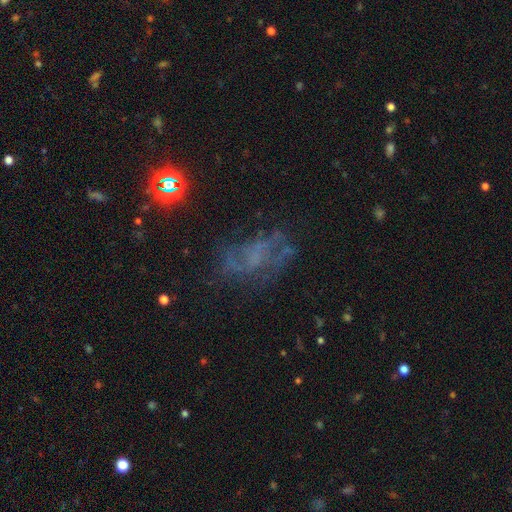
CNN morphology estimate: Smooth or featured? Predicted: featured or disk (p=0.56). Edge-on disk? Predicted: no (p=0.95). Bar? Predicted: no (p=0.73). Spiral arms? Predicted: yes (p=0.55). Bulge size? Predicted: none (p=0.68). Merging? Predicted: none (p=0.54).